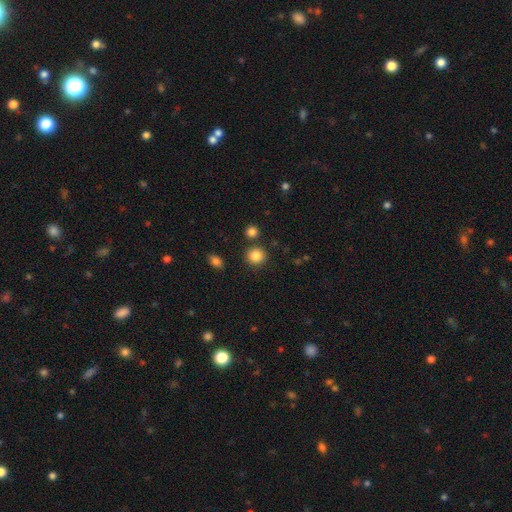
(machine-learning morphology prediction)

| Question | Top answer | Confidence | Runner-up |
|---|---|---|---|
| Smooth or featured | smooth | 86% | star or artifact (10%) |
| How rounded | round | 90% | in between (9%) |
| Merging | none | 85% | minor disturbance (7%) |